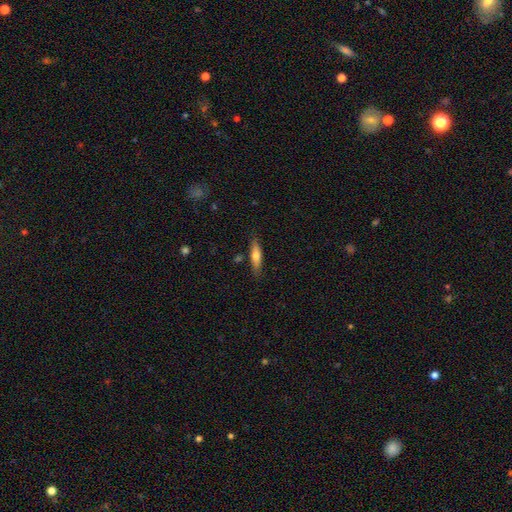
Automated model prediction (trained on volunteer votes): A smooth galaxy with no disk features (61%) that is cigar-shaped (75%).

Vote fractions:
- Smooth or featured? smooth: 61% / featured or disk: 32% / star or artifact: 6%
- How rounded? cigar-shaped: 75% / in between: 23% / round: 2%
- Merging? none: 83% / minor disturbance: 12% / merger: 3% / major disturbance: 2%